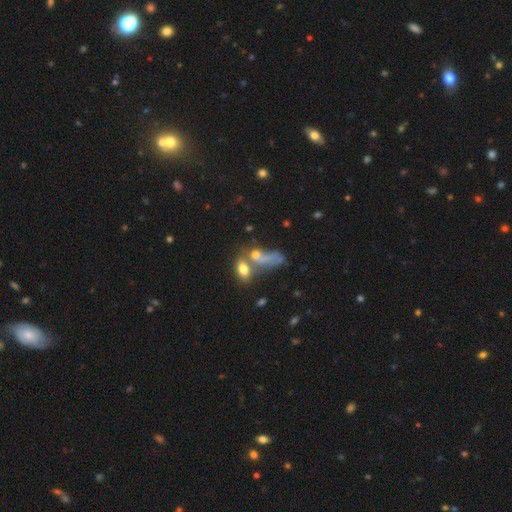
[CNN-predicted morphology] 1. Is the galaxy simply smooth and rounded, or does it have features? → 57% smooth, 26% featured or disk, 17% star or artifact.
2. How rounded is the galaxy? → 60% in between, 21% cigar-shaped, 20% round.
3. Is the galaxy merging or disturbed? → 46% merger, 30% none, 12% major disturbance, 12% minor disturbance.